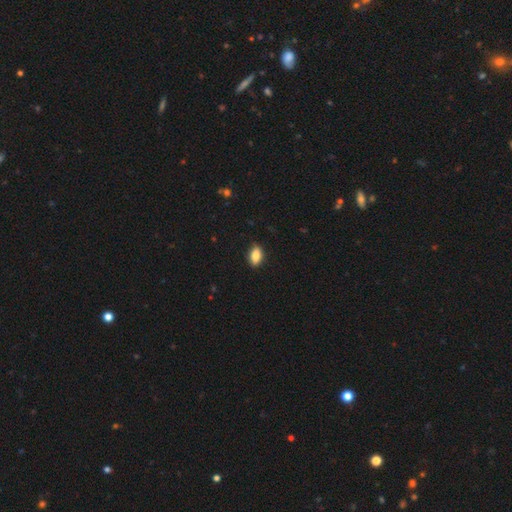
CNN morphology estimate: The model was most divided on "merging": none: 88%, minor disturbance: 10%, major disturbance: 2%, merger: 1%. More confident: how rounded — in between (90%); smooth or featured — smooth (86%).